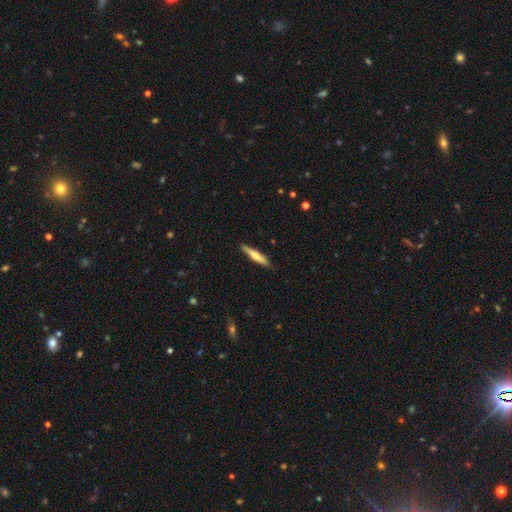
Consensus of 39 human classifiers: Smooth or featured: featured or disk — 59% (smooth — 38%)
Edge-on disk: yes — 91% (no — 9%)
Edge-on bulge: rounded — 76% (none — 14%)
Merging: none — 84% (minor disturbance — 13%)